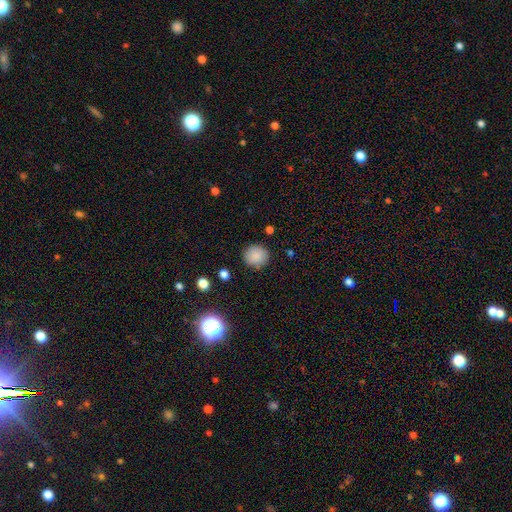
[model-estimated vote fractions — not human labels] smooth 86%, star or artifact 9%, featured or disk 5%. Down the decision tree: how rounded — round (90%); merging — none (87%).